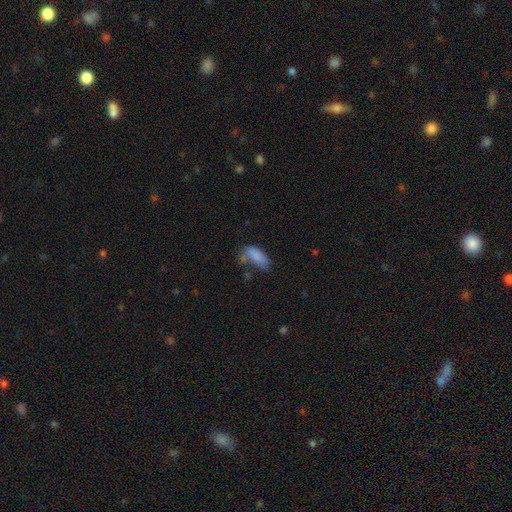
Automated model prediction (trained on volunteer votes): smooth 81%, featured or disk 10%, star or artifact 9%. Down the decision tree: how rounded — in between (82%); merging — none (40%).